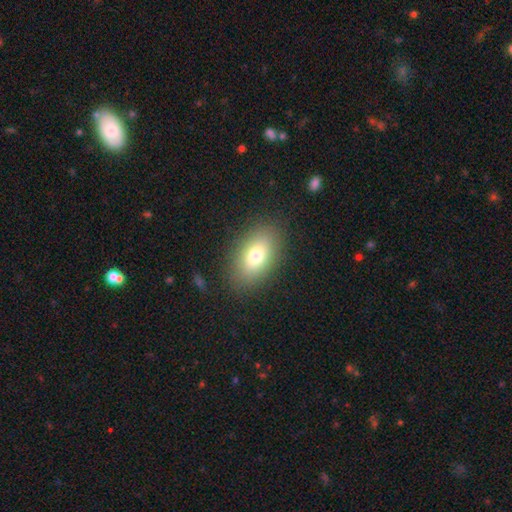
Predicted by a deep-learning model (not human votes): A smooth galaxy with no disk features (76%) that is in between round and cigar-shaped (87%). Merging: none (85%).